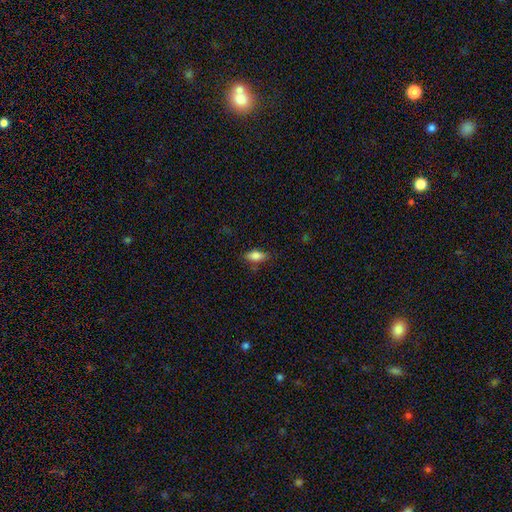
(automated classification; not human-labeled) smooth_or_featured: smooth (p=0.80) [alt: featured or disk p=0.12]
how_rounded: in between (p=0.81) [alt: cigar-shaped p=0.15]
merging: none (p=0.80) [alt: minor disturbance p=0.15]